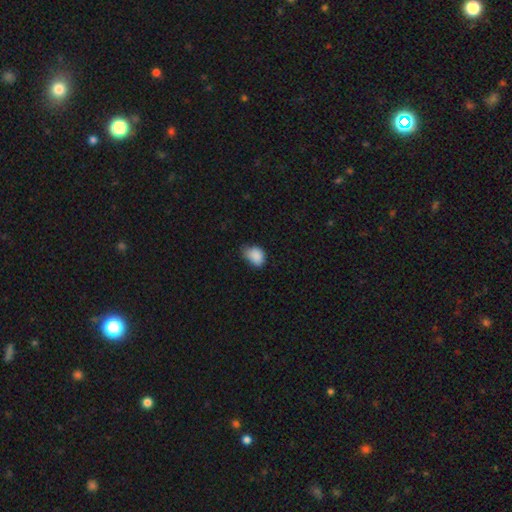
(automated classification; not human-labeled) This is clearly a smooth galaxy (86%). How rounded: likely in between (66%). Merging: possibly minor disturbance (47%).